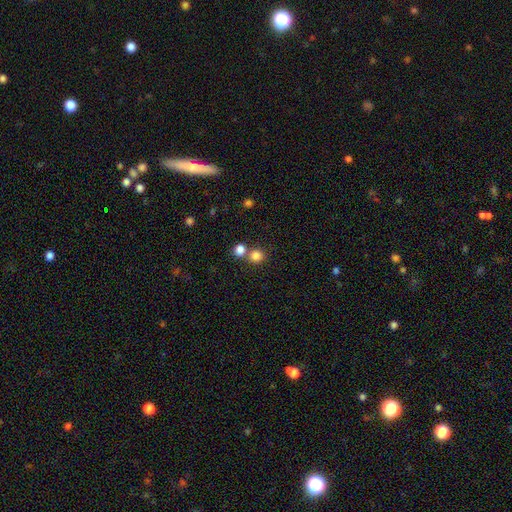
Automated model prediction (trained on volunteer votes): A smooth galaxy with no disk features (82%) that is round (85%). Merging: none (59%).